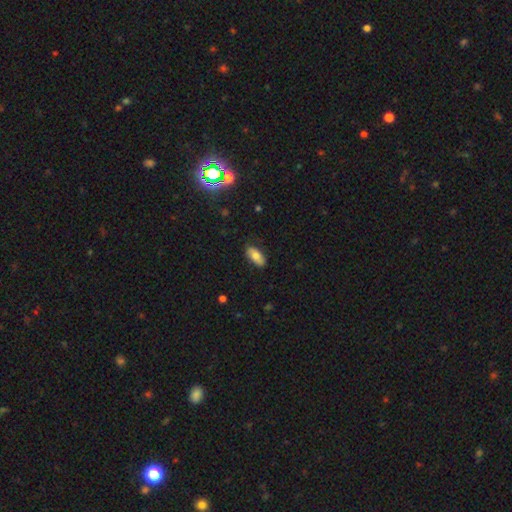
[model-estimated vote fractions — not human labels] This is likely a smooth galaxy (73%). How rounded: clearly in between (89%). Merging: clearly none (83%).